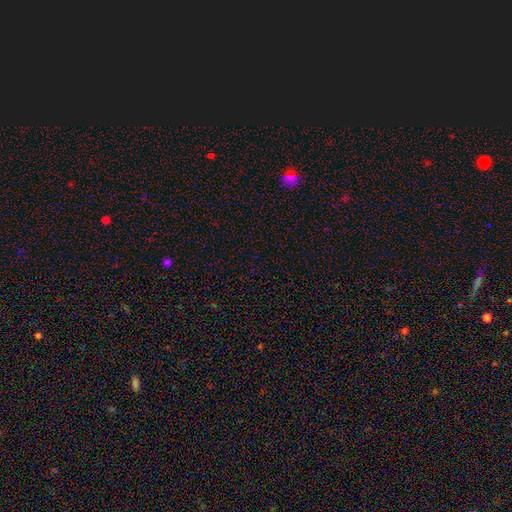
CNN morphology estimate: smooth-or-featured: star or artifact: 68% | smooth: 25% | featured or disk: 7%